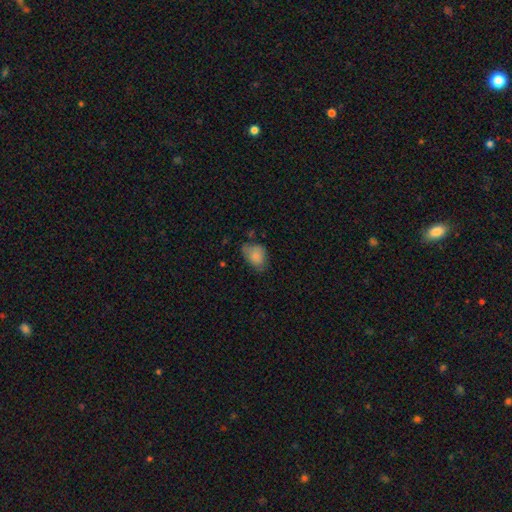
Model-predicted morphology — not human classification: smooth_or_featured: smooth (p=0.80) [alt: featured or disk p=0.11]
how_rounded: in between (p=0.71) [alt: round p=0.28]
merging: none (p=0.48) [alt: minor disturbance p=0.38]